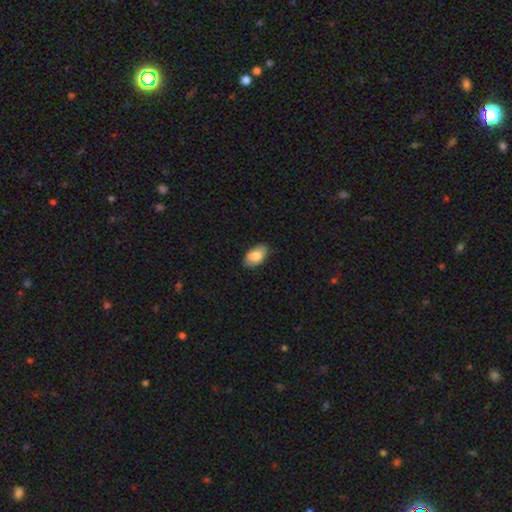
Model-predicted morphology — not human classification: type=smooth (83%); roundness=in between (93%); merging=none (79%).